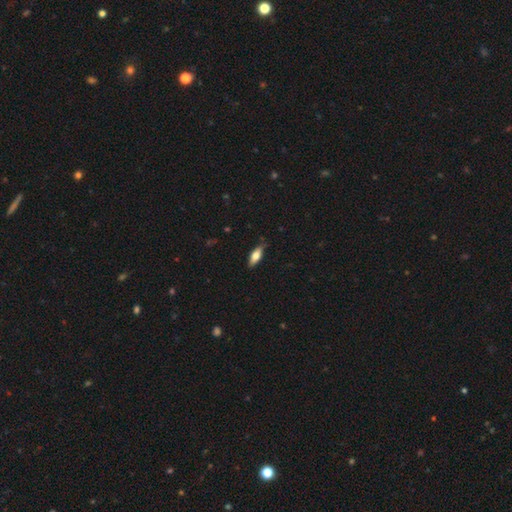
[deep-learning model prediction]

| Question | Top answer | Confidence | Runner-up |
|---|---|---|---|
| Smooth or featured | smooth | 68% | featured or disk (26%) |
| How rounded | in between | 69% | cigar-shaped (29%) |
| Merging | none | 83% | minor disturbance (14%) |